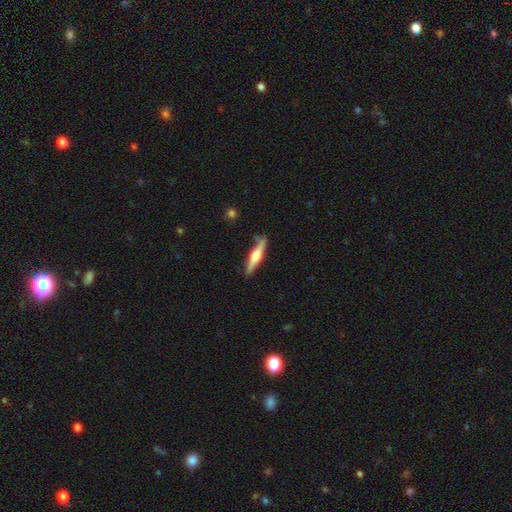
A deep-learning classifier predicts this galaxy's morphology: The model was most divided on "smooth or featured": featured or disk: 59%, smooth: 36%, star or artifact: 5%. More confident: edge-on disk — yes (95%); edge-on bulge — rounded (87%); merging — none (79%).